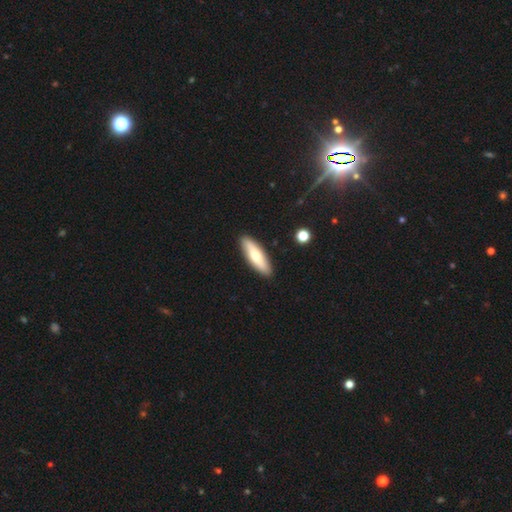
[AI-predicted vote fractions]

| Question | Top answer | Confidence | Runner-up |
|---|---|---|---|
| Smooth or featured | smooth | 63% | featured or disk (32%) |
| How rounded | cigar-shaped | 61% | in between (37%) |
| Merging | none | 90% | minor disturbance (7%) |